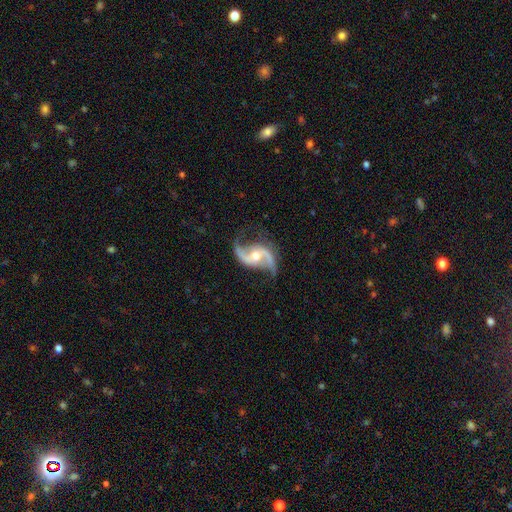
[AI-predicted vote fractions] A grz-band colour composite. It shows a featured or disk galaxy (92%) with no bar (43%), 2 (94%) loose (69%) spiral arms (98%) and a moderate central bulge (68%). Merging: none (78%).